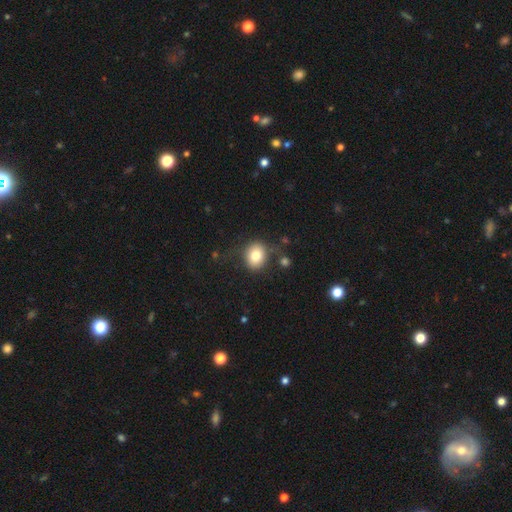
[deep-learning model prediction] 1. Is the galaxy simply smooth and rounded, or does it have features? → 79% smooth, 12% featured or disk, 9% star or artifact.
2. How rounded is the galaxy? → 57% round, 42% in between, 1% cigar-shaped.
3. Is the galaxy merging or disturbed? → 73% none, 16% minor disturbance, 7% major disturbance, 4% merger.